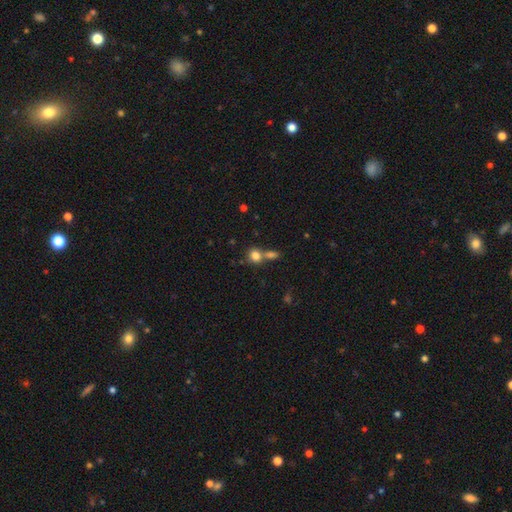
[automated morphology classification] Smooth or featured? Predicted: smooth (p=0.81). How rounded? Predicted: round (p=0.72). Merging? Predicted: none (p=0.46).